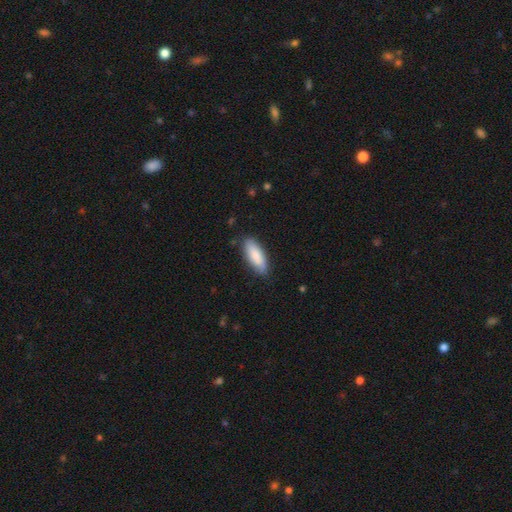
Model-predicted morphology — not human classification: smooth-or-featured: smooth: 84% | featured or disk: 10% | star or artifact: 5%
  how-rounded: in between: 70% | cigar-shaped: 28% | round: 2%
  merging: none: 83% | minor disturbance: 14% | major disturbance: 2% | merger: 1%